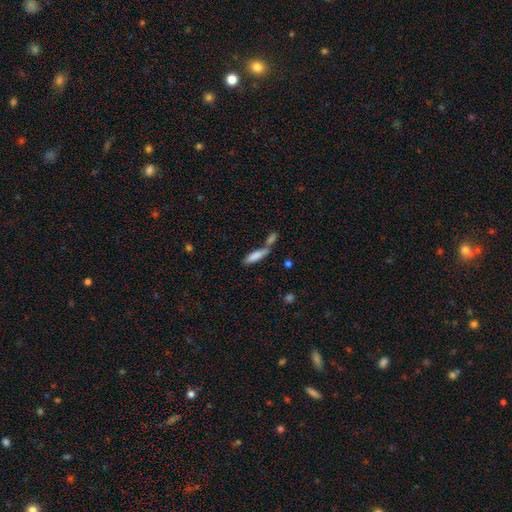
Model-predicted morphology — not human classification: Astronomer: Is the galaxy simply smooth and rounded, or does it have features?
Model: smooth — 80%.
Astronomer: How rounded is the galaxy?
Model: cigar-shaped — 63%.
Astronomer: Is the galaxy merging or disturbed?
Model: merger — 44% (runner-up: none, 40%).